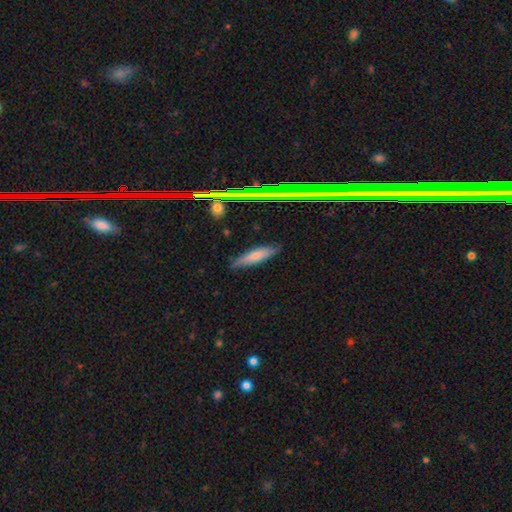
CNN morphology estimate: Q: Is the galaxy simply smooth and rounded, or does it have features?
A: smooth — 68%.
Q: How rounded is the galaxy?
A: cigar-shaped — 68%.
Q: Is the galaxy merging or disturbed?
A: none — 81%.